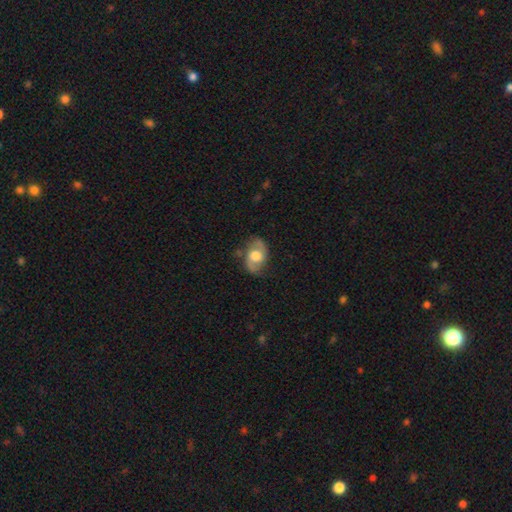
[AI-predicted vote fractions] smooth_or_featured: featured or disk (p=0.55) [alt: smooth p=0.38]
disk_edge_on: no (p=0.95) [alt: yes p=0.05]
bar: no (p=0.64) [alt: weak p=0.30]
has_spiral_arms: yes (p=0.74) [alt: no p=0.26]
bulge_size: moderate (p=0.50) [alt: large p=0.39]
merging: none (p=0.71) [alt: minor disturbance p=0.20]